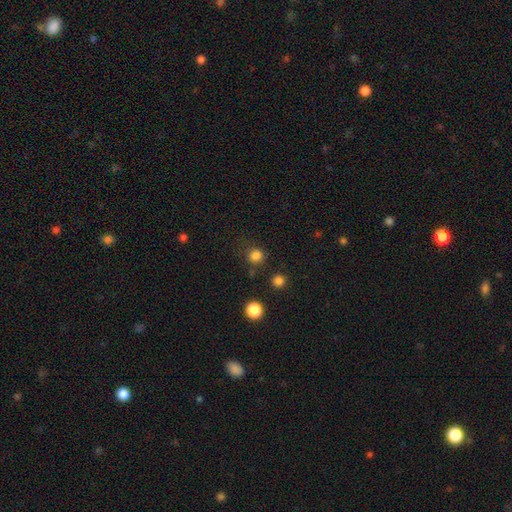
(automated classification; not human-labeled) smooth-or-featured: smooth: 80% | star or artifact: 16% | featured or disk: 4%
  how-rounded: round: 87% | in between: 12% | cigar-shaped: 1%
  merging: none: 79% | minor disturbance: 12% | major disturbance: 5% | merger: 5%